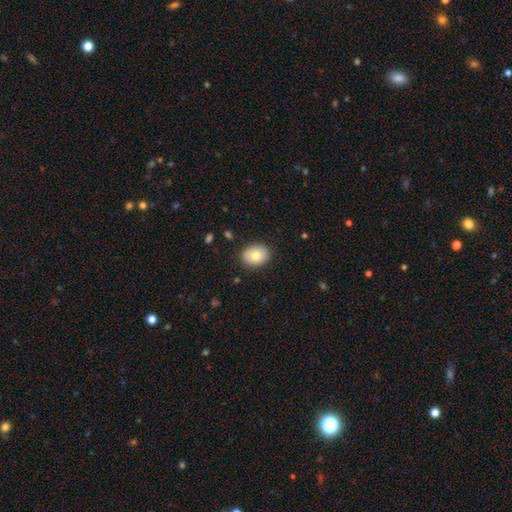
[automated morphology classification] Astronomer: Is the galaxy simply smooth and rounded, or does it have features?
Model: smooth — 79%.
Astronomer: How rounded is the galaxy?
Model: in between — 61% (runner-up: round, 38%).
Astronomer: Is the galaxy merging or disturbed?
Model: none — 86%.